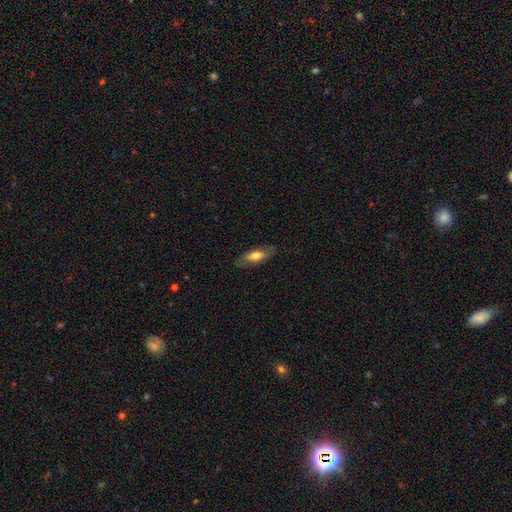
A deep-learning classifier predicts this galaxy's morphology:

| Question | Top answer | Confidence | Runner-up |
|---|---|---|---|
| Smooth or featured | smooth | 65% | featured or disk (29%) |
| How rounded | in between | 69% | cigar-shaped (29%) |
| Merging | none | 81% | minor disturbance (14%) |